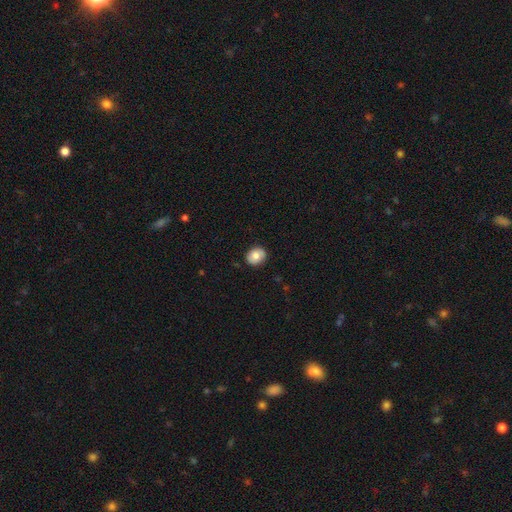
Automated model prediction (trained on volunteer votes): smooth 80%, featured or disk 13%, star or artifact 8%. Down the decision tree: how rounded — round (55%); merging — none (88%).